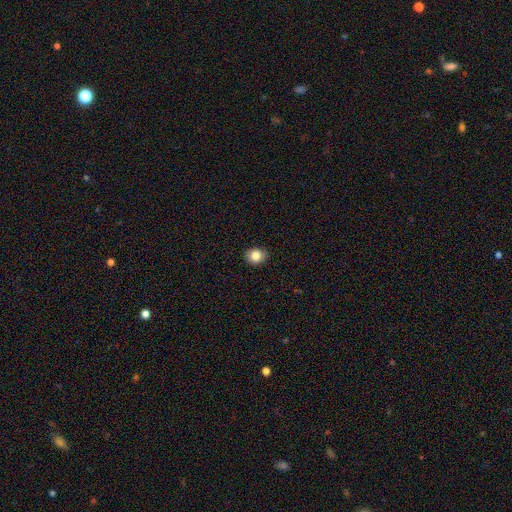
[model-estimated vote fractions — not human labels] smooth 83%, star or artifact 10%, featured or disk 7%. Down the decision tree: how rounded — round (61%); merging — none (90%).